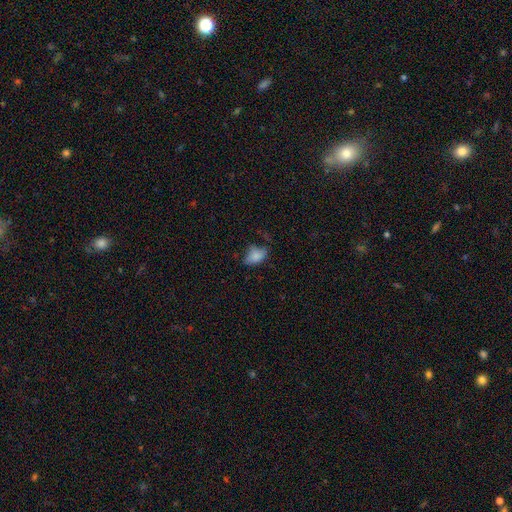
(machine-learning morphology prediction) Overall: smooth (80%). How rounded: in between (88%). Merging: none (50%; minor disturbance 33%).